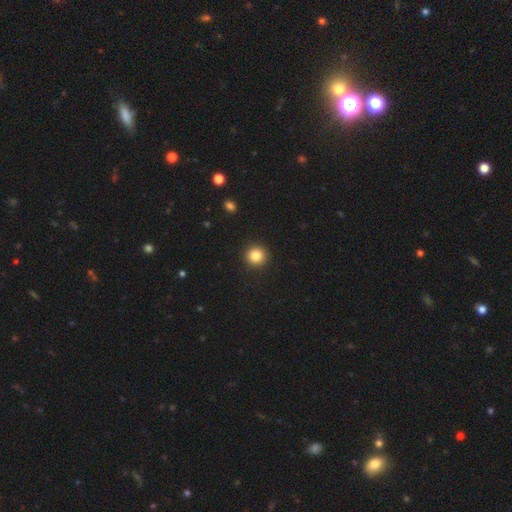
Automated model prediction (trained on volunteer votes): The model was most divided on "smooth or featured": smooth: 84%, star or artifact: 11%, featured or disk: 5%. More confident: how rounded — round (94%); merging — none (93%).